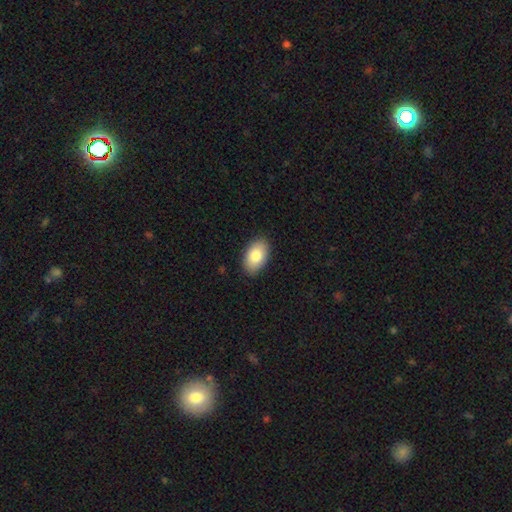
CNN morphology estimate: type=smooth (82%); roundness=in between (93%); merging=none (88%).